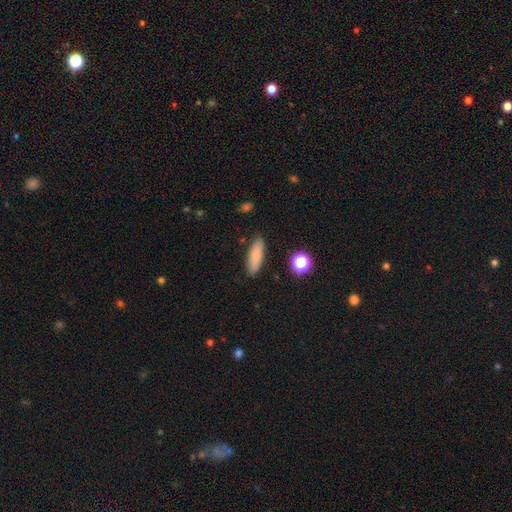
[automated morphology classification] Q: Smooth or featured?
A: smooth (81%); runner-up: featured or disk (11%)
Q: How rounded?
A: cigar-shaped (55%); runner-up: in between (42%)
Q: Merging?
A: none (87%); runner-up: minor disturbance (9%)